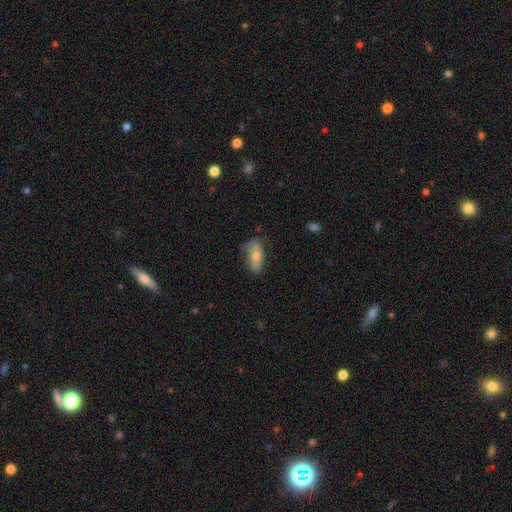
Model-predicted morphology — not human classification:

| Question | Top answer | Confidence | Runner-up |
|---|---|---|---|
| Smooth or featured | smooth | 60% | featured or disk (32%) |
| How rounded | in between | 82% | cigar-shaped (14%) |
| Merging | none | 65% | minor disturbance (26%) |